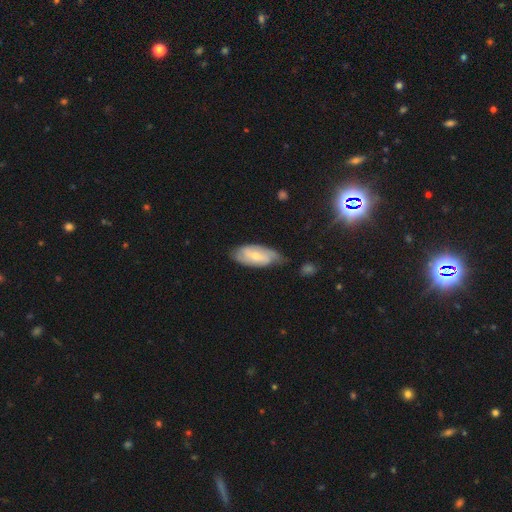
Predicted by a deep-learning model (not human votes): A featured or disk galaxy (54%). Merging: none (57%).